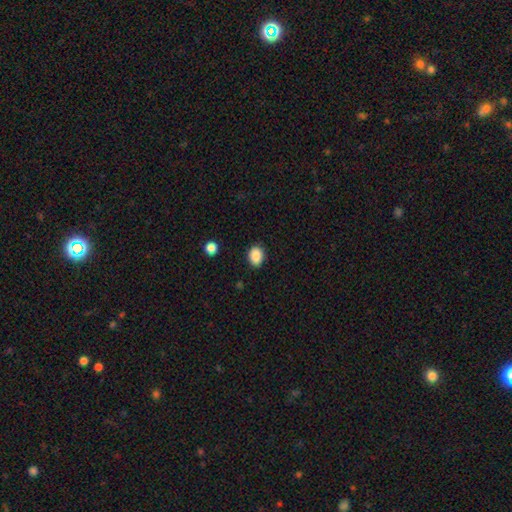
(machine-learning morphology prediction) Smooth or featured? Predicted: smooth (p=0.89). How rounded? Predicted: in between (p=0.66). Merging? Predicted: none (p=0.87).